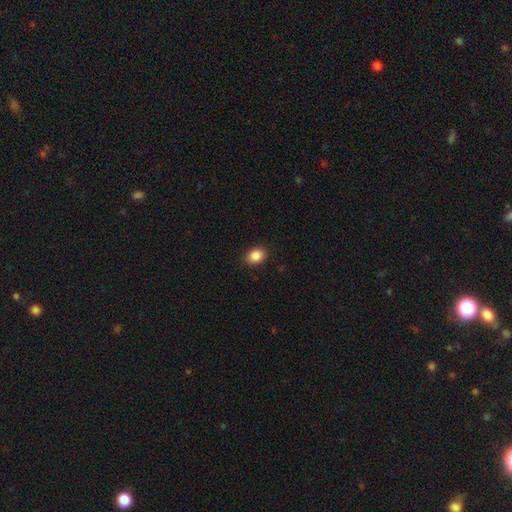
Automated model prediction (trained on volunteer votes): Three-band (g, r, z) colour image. It shows a smooth galaxy with no disk features (87%) that is in between round and cigar-shaped (59%). Merging: none (90%).